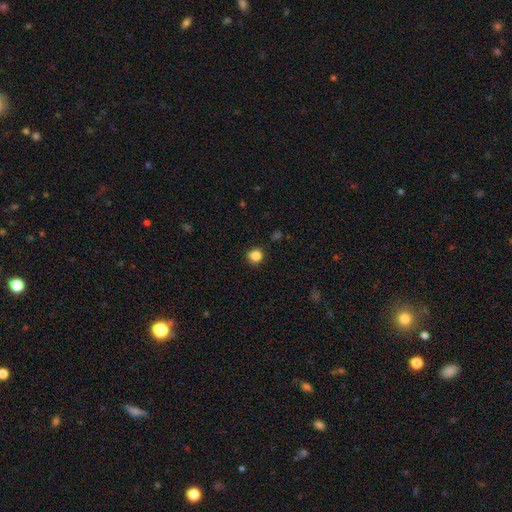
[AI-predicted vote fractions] smooth_or_featured: smooth (p=0.84) [alt: star or artifact p=0.12]
how_rounded: round (p=0.86) [alt: in between p=0.13]
merging: none (p=0.85) [alt: minor disturbance p=0.11]